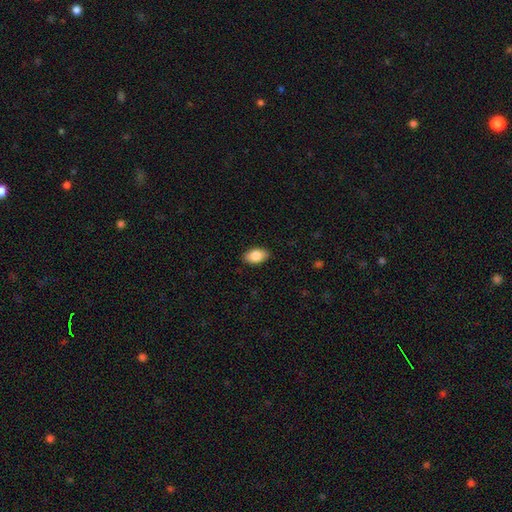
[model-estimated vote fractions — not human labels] A smooth galaxy with no disk features (87%) that is in between round and cigar-shaped (92%). Merging: none (88%).